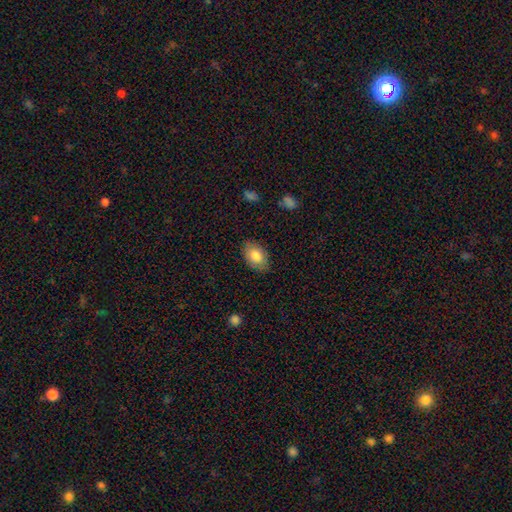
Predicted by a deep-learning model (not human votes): Smooth or featured? smooth (81%)
How rounded? in between (88%)
Merging? none (82%)